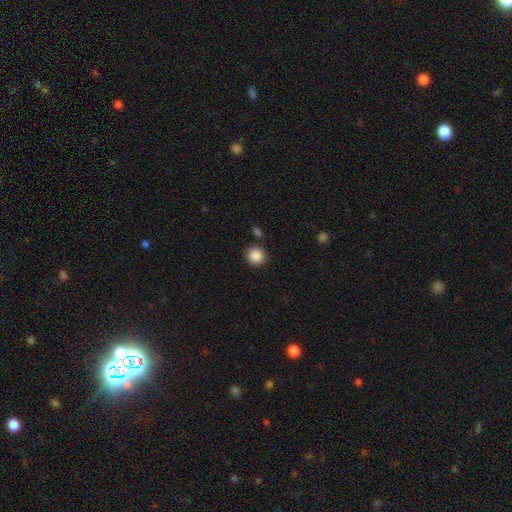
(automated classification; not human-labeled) Smooth or featured? smooth (88%)
How rounded? round (89%)
Merging? none (84%)